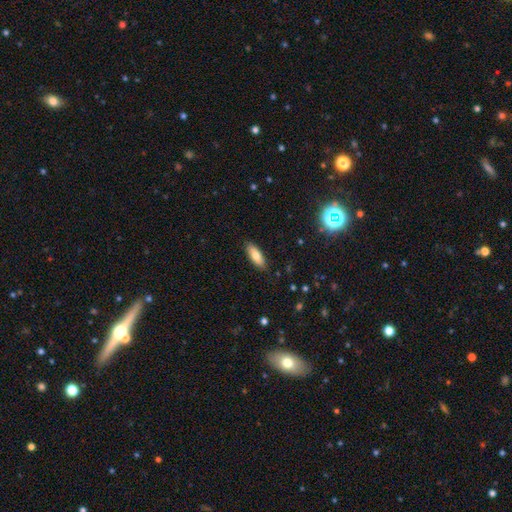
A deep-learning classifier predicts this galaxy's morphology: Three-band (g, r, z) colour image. It shows a smooth galaxy with no disk features (77%) that is in between round and cigar-shaped (71%). Merging: none (87%).